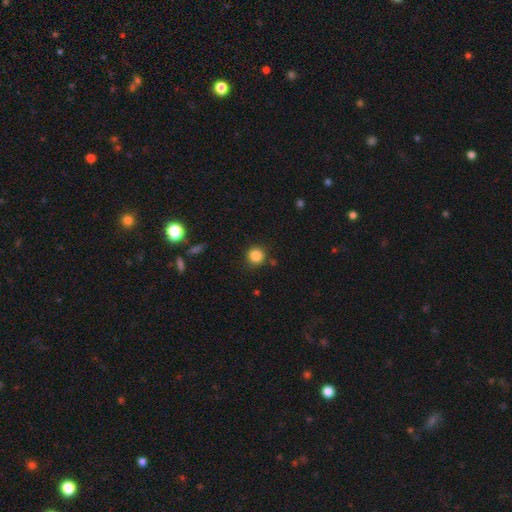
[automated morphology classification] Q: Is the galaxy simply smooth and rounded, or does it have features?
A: smooth — 85%.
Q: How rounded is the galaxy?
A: round — 92%.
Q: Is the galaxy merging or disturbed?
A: none — 86%.